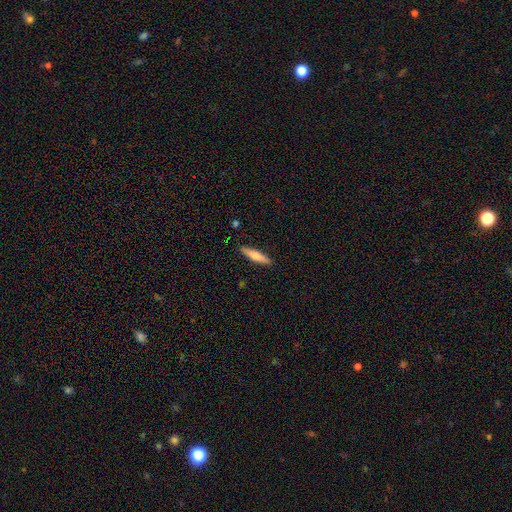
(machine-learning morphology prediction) smooth 67%, featured or disk 27%, star or artifact 6%. Down the decision tree: how rounded — cigar-shaped (84%); merging — none (89%).